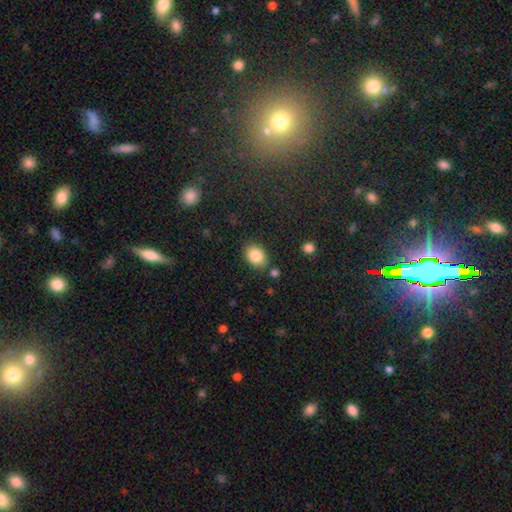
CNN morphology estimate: This appears to be a smooth galaxy with no disk features (84%) that is in between round and cigar-shaped (73%). Merging: none (80%).